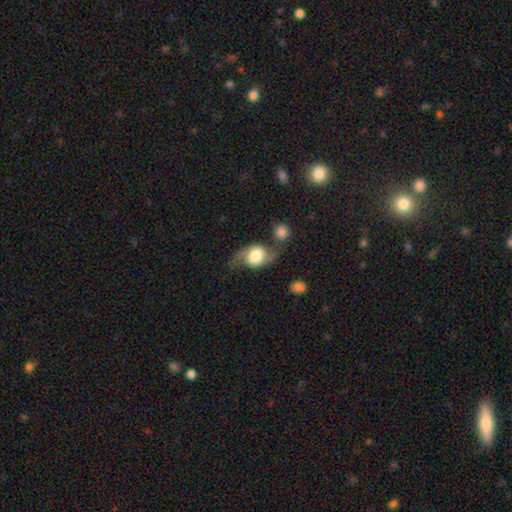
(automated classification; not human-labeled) A featured or disk galaxy (57%) with no bar (71%), spiral arms (83%) and a large central bulge (52%).

Vote fractions:
- Smooth or featured? featured or disk: 57% / smooth: 36% / star or artifact: 7%
- Edge-on disk? no: 90% / yes: 10%
- Bar? no: 71% / weak: 23% / strong: 6%
- Spiral arms? yes: 83% / no: 17%
- Bulge size? large: 52% / moderate: 25% / dominant: 17% / small: 4% / none: 2%
- Merging? none: 47% / minor disturbance: 23% / merger: 16% / major disturbance: 14%